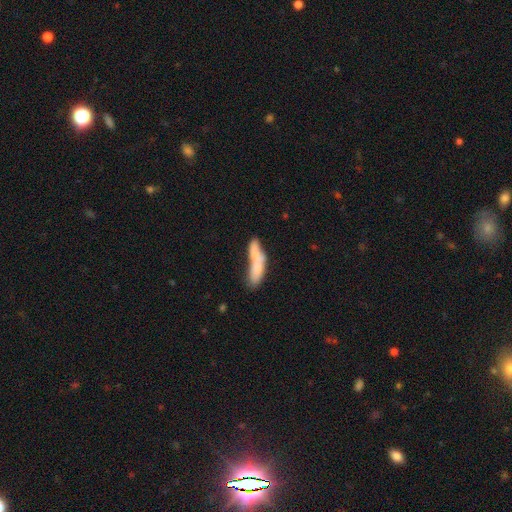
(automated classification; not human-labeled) The model was most divided on "merging": none: 38%, merger: 29%, minor disturbance: 20%, major disturbance: 12%. More confident: how rounded — cigar-shaped (72%); smooth or featured — smooth (65%).